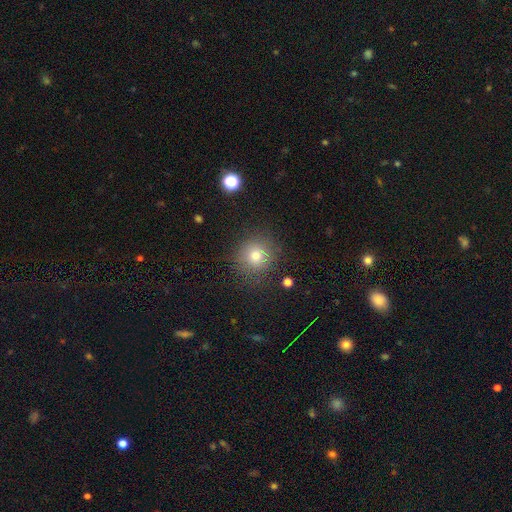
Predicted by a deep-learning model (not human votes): This appears to be a smooth galaxy with no disk features (75%) that is round (90%). Merging: none (82%).